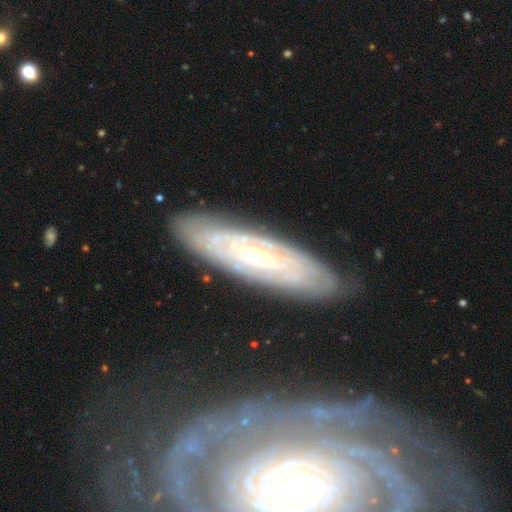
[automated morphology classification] type=featured or disk (81%); edge-on=no (79%); bar=no (47%); spiral arms=yes (86%); winding=tight (79%); arm count=can't tell (64%); bulge=small (61%); merging=none (82%).